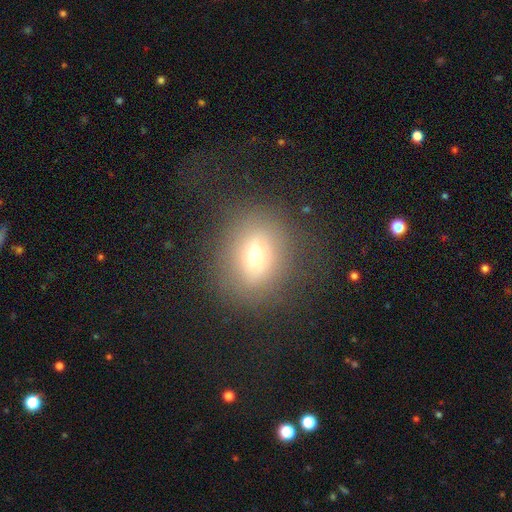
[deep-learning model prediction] The model was most divided on "how rounded": round: 68%, in between: 30%, cigar-shaped: 1%. More confident: merging — none (75%); smooth or featured — smooth (64%).